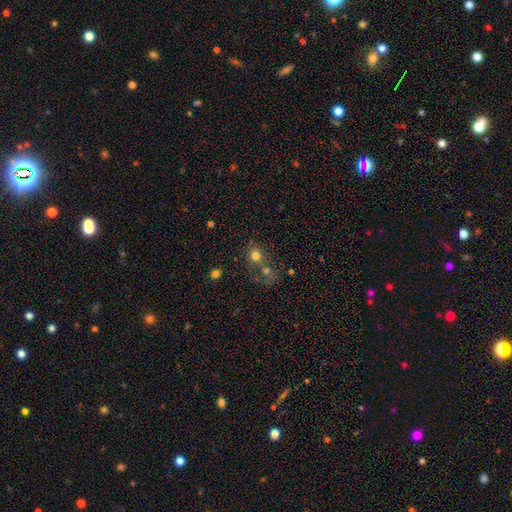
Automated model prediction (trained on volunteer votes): smooth-or-featured: smooth: 71% | featured or disk: 16% | star or artifact: 13%
  how-rounded: round: 78% | in between: 21% | cigar-shaped: 1%
  merging: merger: 49% | none: 33% | major disturbance: 9% | minor disturbance: 8%